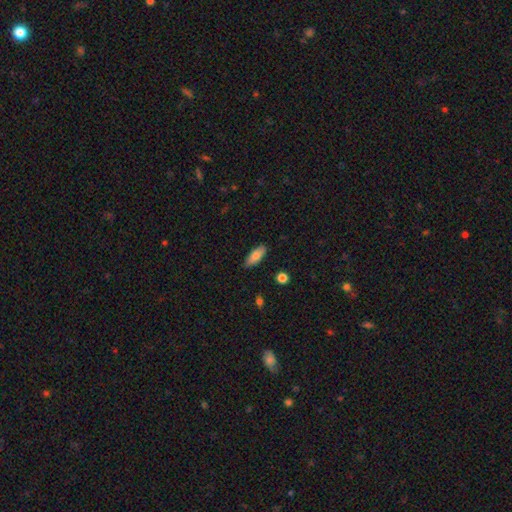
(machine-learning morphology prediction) smooth-or-featured: smooth: 78% | featured or disk: 16% | star or artifact: 7%
  how-rounded: in between: 74% | cigar-shaped: 24% | round: 2%
  merging: none: 86% | minor disturbance: 10% | major disturbance: 2% | merger: 1%